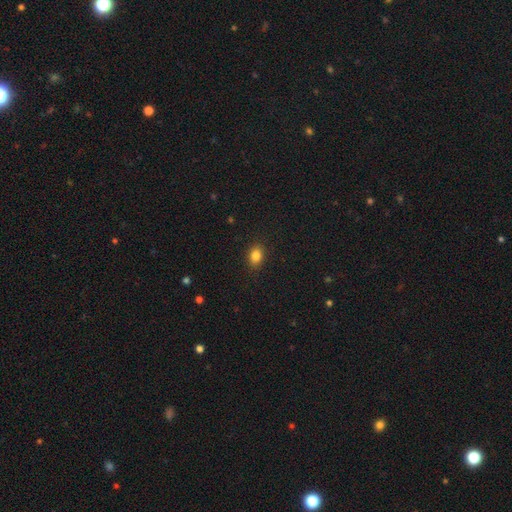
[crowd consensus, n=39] smooth 77%, featured or disk 13%, star or artifact 10%. Down the decision tree: how rounded — in between (73%); merging — none (91%).